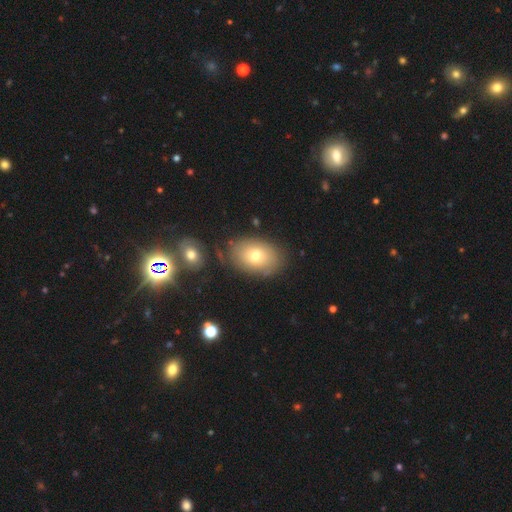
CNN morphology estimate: A smooth galaxy with no disk features (72%) that is in between round and cigar-shaped (81%).

Vote fractions:
- Smooth or featured? smooth: 72% / featured or disk: 19% / star or artifact: 9%
- How rounded? in between: 81% / round: 18% / cigar-shaped: 1%
- Merging? none: 76% / minor disturbance: 13% / merger: 6% / major disturbance: 4%